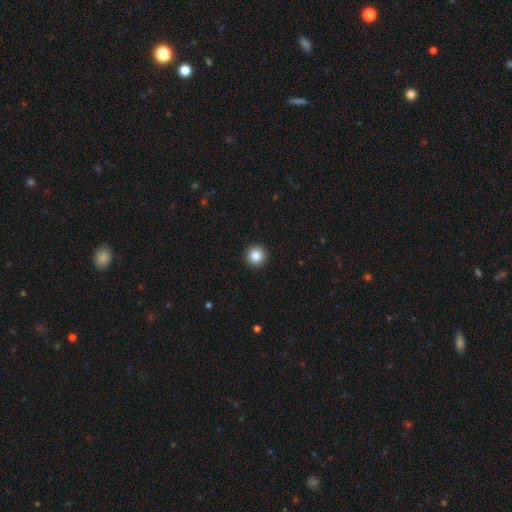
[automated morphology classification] smooth_or_featured: smooth (p=0.86) [alt: star or artifact p=0.09]
how_rounded: round (p=0.96) [alt: in between p=0.03]
merging: none (p=0.94) [alt: minor disturbance p=0.04]